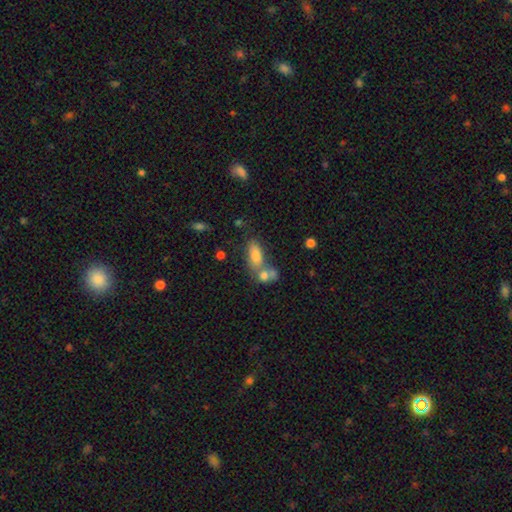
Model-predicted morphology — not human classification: Smooth or featured? smooth (77%)
How rounded? in between (81%)
Merging? none (41%, tied with merger)